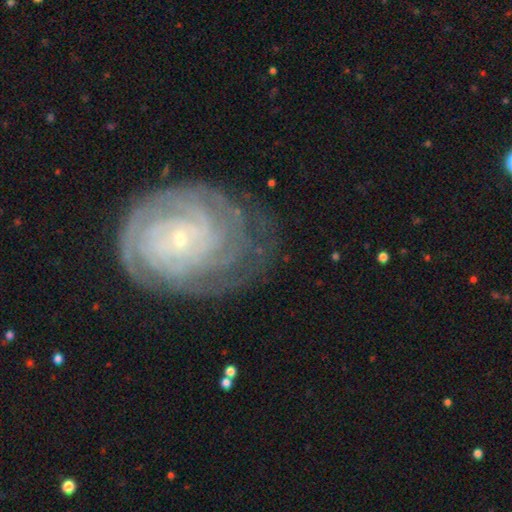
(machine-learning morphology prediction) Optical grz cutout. It shows a featured or disk galaxy (83%) with no bar (76%), tight (85%) spiral arms (96%) and a small central bulge (86%). Merging: none (74%).